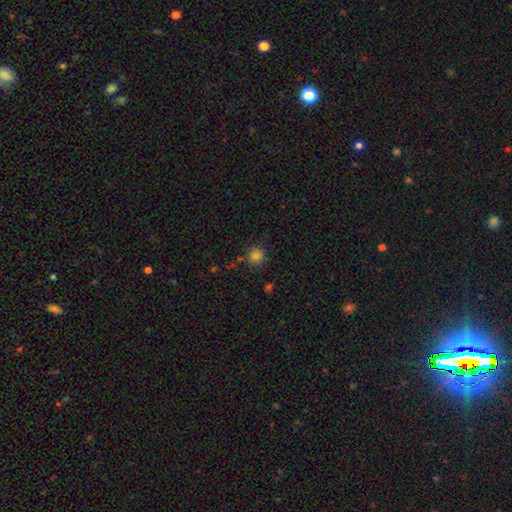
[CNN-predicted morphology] A smooth galaxy with no disk features (80%) that is round (91%).

Vote fractions:
- Smooth or featured? smooth: 80% / star or artifact: 15% / featured or disk: 5%
- How rounded? round: 91% / in between: 8% / cigar-shaped: 1%
- Merging? none: 82% / minor disturbance: 11% / merger: 4% / major disturbance: 3%